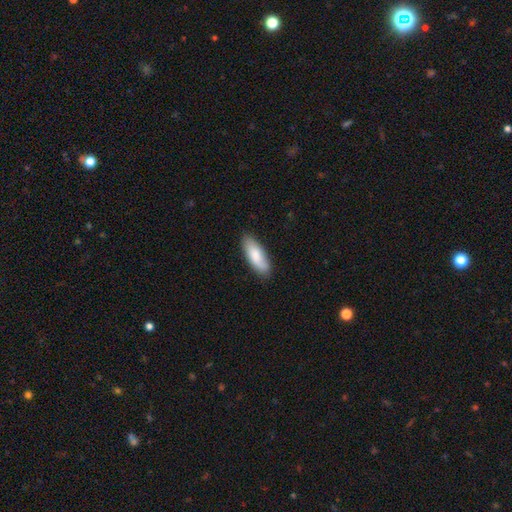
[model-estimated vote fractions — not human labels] Smooth or featured? smooth (77%)
How rounded? in between (73%)
Merging? none (82%)